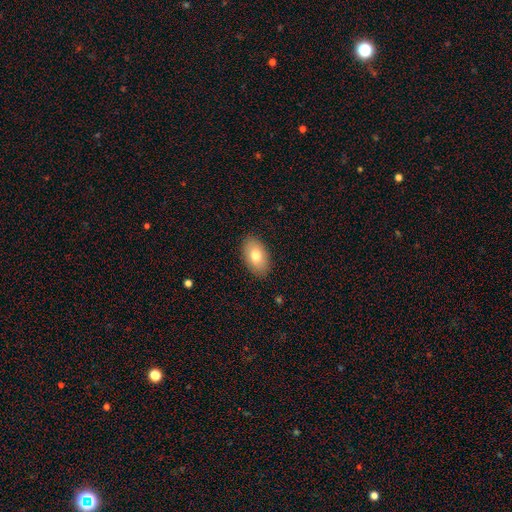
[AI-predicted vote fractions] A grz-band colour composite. It shows a smooth galaxy with no disk features (76%) that is in between round and cigar-shaped (92%). Merging: none (87%).